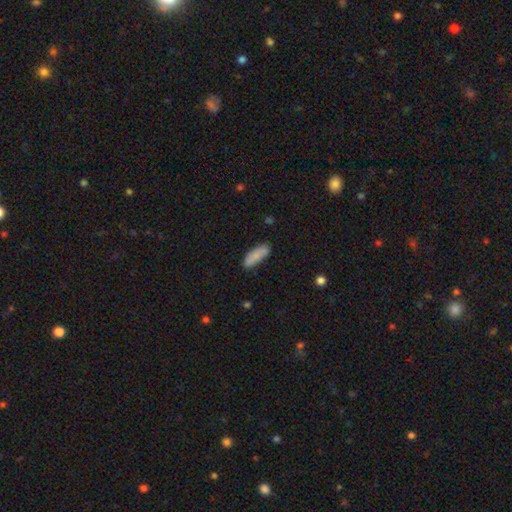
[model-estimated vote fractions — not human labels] Q: Smooth or featured?
A: smooth (82%); runner-up: featured or disk (12%)
Q: How rounded?
A: in between (64%); runner-up: cigar-shaped (34%)
Q: Merging?
A: none (79%); runner-up: minor disturbance (16%)